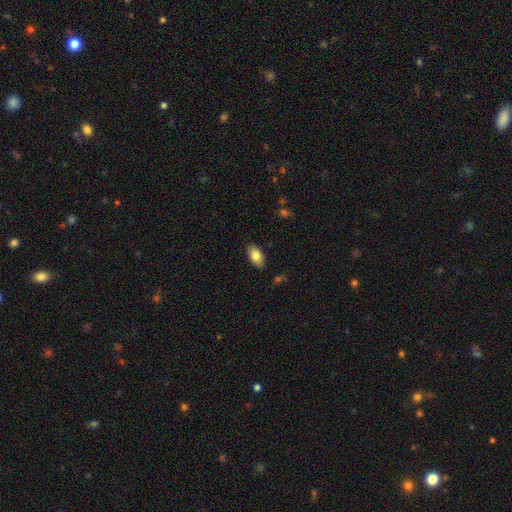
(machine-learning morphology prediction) smooth 82%, featured or disk 12%, star or artifact 7%. Down the decision tree: how rounded — in between (94%); merging — none (88%).